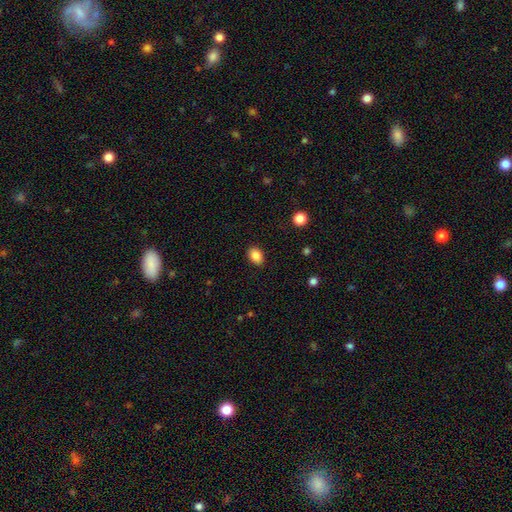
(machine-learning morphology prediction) This is clearly a smooth galaxy (86%). How rounded: likely in between (79%). Merging: clearly none (88%).